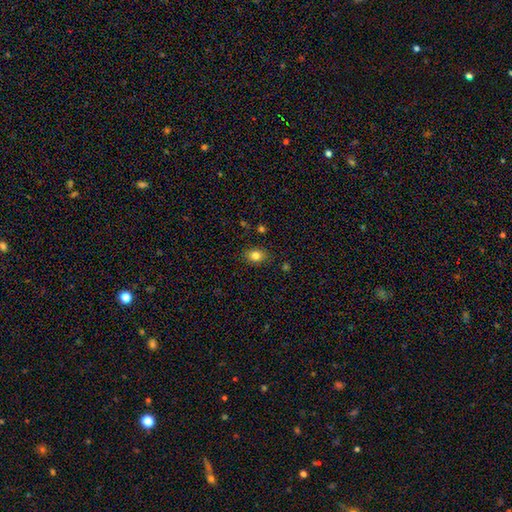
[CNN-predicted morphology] This is clearly a smooth galaxy (82%). How rounded: likely in between (62%). Merging: clearly none (85%).